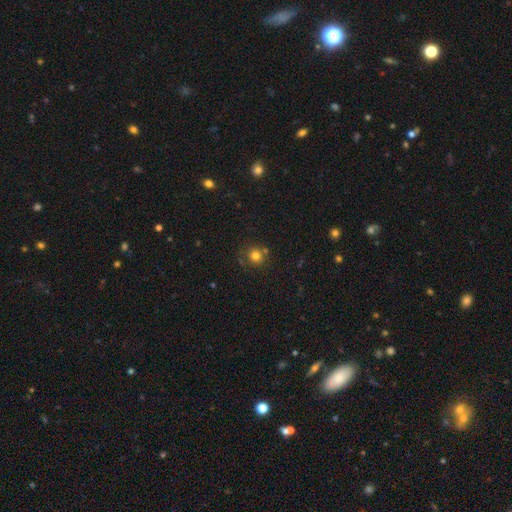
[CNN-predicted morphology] A smooth galaxy with no disk features (78%) that is round (89%). Merging: none (71%).